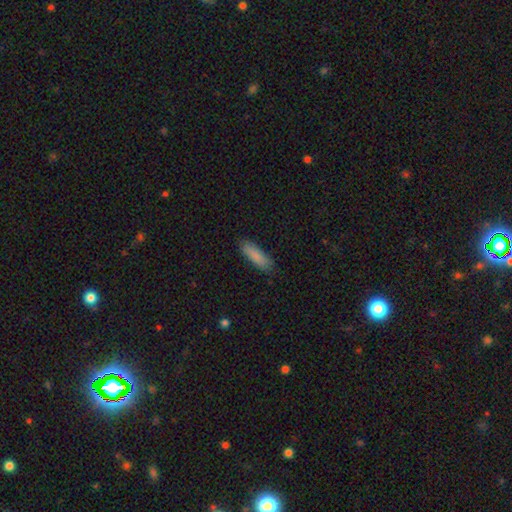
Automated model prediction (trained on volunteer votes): The model was most divided on "how rounded": cigar-shaped: 56%, in between: 42%, round: 2%. More confident: smooth or featured — smooth (87%); merging — none (84%).